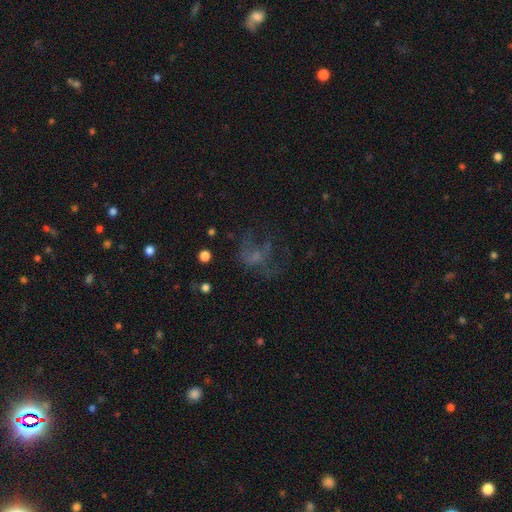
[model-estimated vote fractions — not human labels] This appears to be a featured or disk galaxy (40%). Merging: major disturbance (42%).